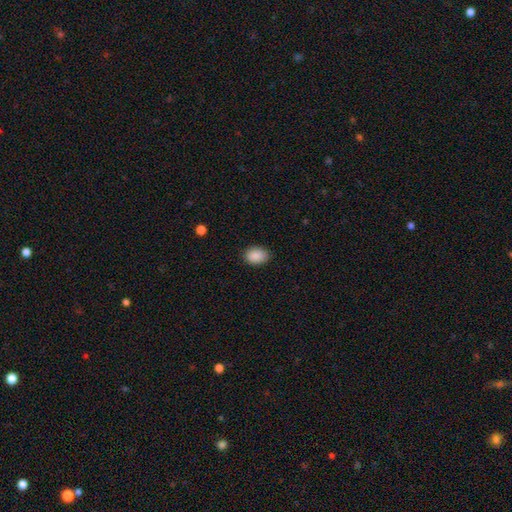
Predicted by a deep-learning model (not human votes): This is clearly a smooth galaxy (89%). How rounded: likely in between (78%). Merging: clearly none (85%).